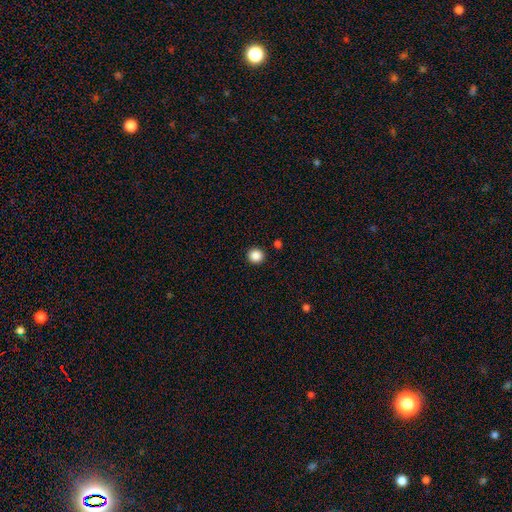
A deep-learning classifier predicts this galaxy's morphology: A smooth galaxy with no disk features (87%) that is round (91%). Merging: none (92%).